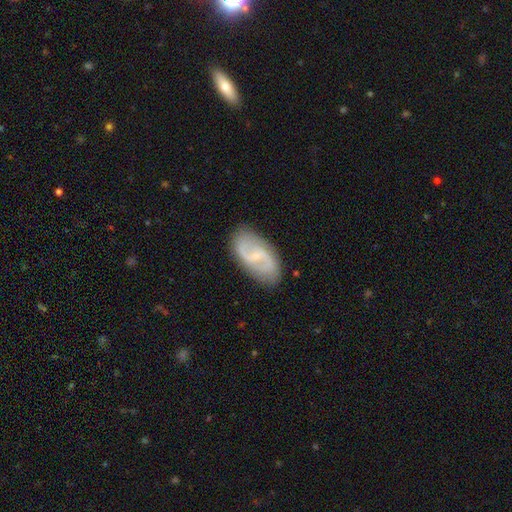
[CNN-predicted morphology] This appears to be a featured or disk galaxy (81%) with a weak bar (53%), 2 (91%) loose (49%) spiral arms (93%) and a small central bulge (75%). Merging: none (84%).